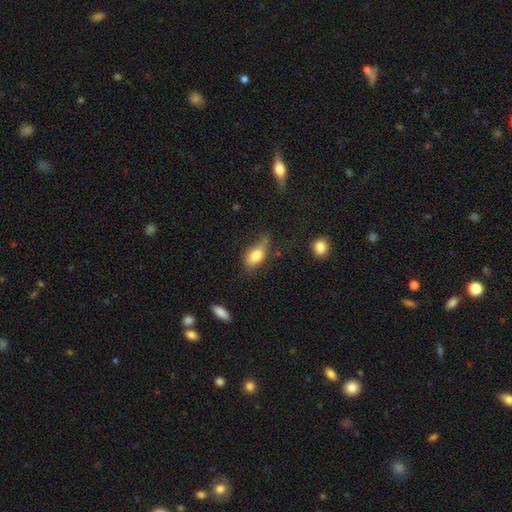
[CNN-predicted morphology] A smooth galaxy with no disk features (78%) that is in between round and cigar-shaped (83%). Merging: none (48%).